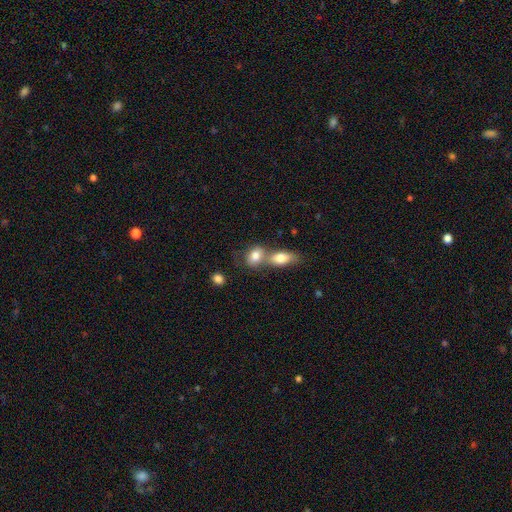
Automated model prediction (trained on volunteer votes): smooth 81%, featured or disk 11%, star or artifact 8%. Down the decision tree: how rounded — in between (68%); merging — merger (55%).